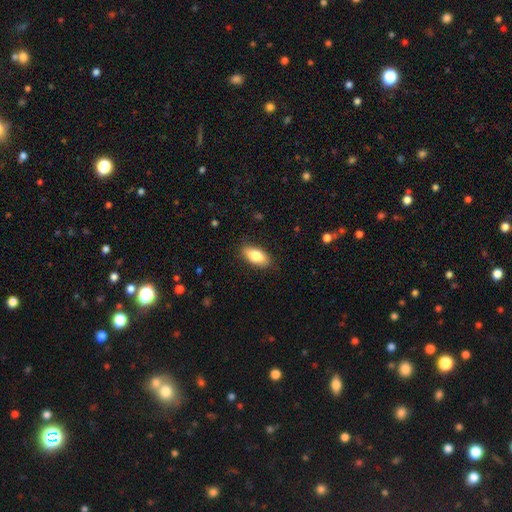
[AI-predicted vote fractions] smooth_or_featured: smooth (p=0.82) [alt: featured or disk p=0.12]
how_rounded: in between (p=0.88) [alt: cigar-shaped p=0.08]
merging: none (p=0.85) [alt: minor disturbance p=0.11]